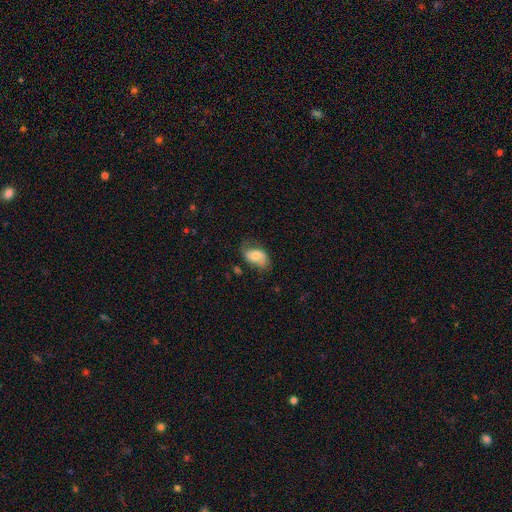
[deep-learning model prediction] Smooth or featured: smooth — 63% (featured or disk — 30%)
How rounded: in between — 89% (round — 9%)
Merging: none — 55% (minor disturbance — 31%)